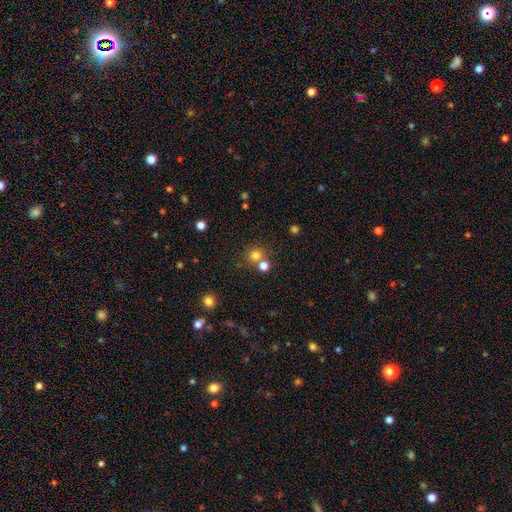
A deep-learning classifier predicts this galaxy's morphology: A smooth galaxy with no disk features (76%) that is round (87%).

Vote fractions:
- Smooth or featured? smooth: 76% / star or artifact: 17% / featured or disk: 7%
- How rounded? round: 87% / in between: 12% / cigar-shaped: 1%
- Merging? none: 64% / merger: 25% / minor disturbance: 8% / major disturbance: 3%